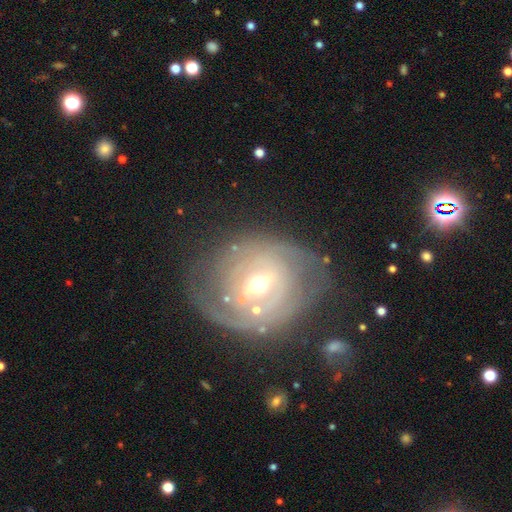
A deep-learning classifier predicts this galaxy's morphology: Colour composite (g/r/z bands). It shows a featured or disk galaxy (76%) with a weak bar (45%), tight (65%) spiral arms (73%) and a moderate central bulge (61%). Merging: none (63%).